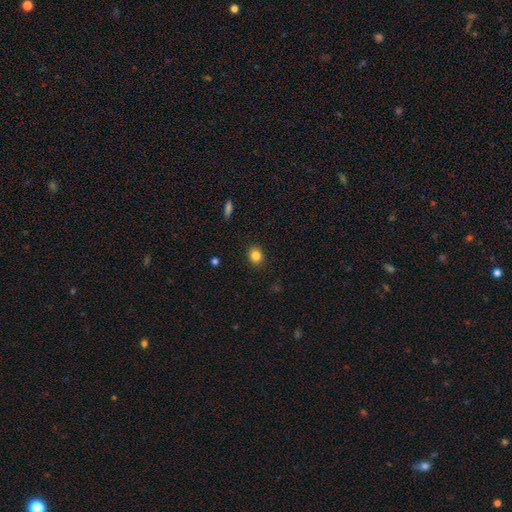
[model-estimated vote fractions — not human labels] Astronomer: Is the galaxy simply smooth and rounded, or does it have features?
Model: smooth — 83%.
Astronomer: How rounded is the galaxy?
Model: round — 64%.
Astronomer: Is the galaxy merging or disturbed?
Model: none — 90%.